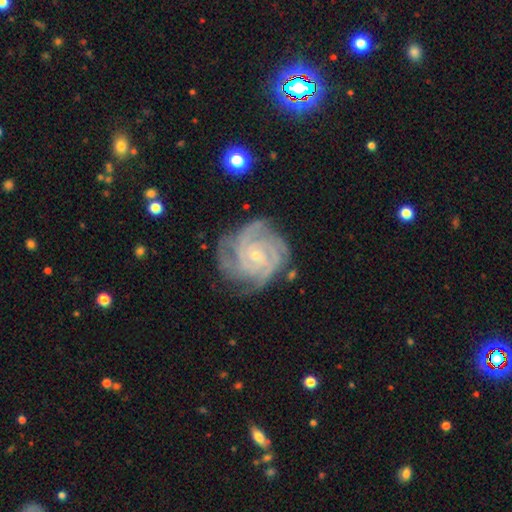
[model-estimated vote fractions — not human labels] Morphology: type=featured or disk (91%); edge-on=no (98%); bar=no (67%); spiral arms=yes (98%); winding=tight (76%); arm count=4 (34%); bulge=small (78%); merging=none (71%).